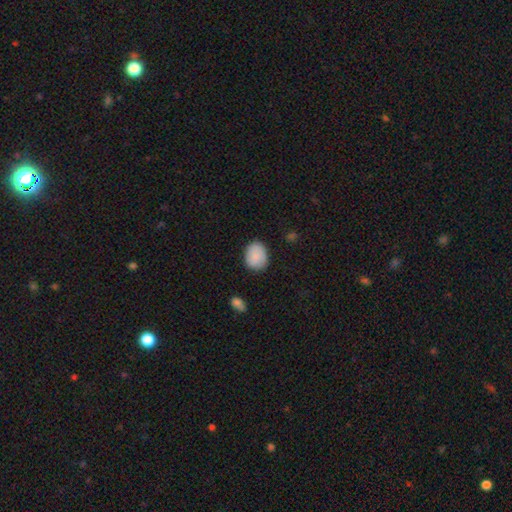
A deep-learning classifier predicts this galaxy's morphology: smooth-or-featured: smooth: 88% | star or artifact: 7% | featured or disk: 5%
  how-rounded: in between: 51% | round: 48% | cigar-shaped: 1%
  merging: none: 82% | minor disturbance: 14% | major disturbance: 3% | merger: 1%